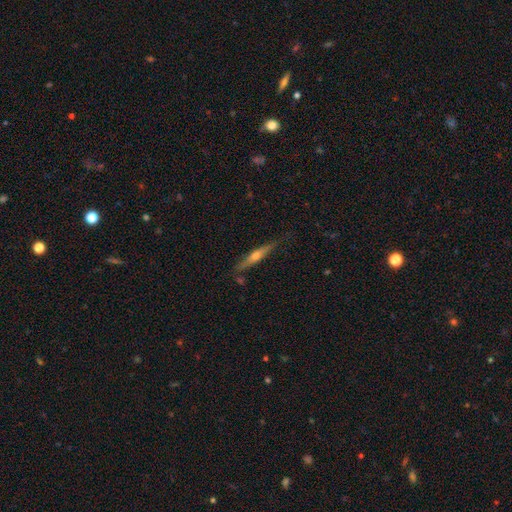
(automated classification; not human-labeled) The model was most divided on "smooth or featured": featured or disk: 67%, smooth: 27%, star or artifact: 6%. More confident: edge-on disk — yes (96%); edge-on bulge — rounded (88%); merging — none (79%).